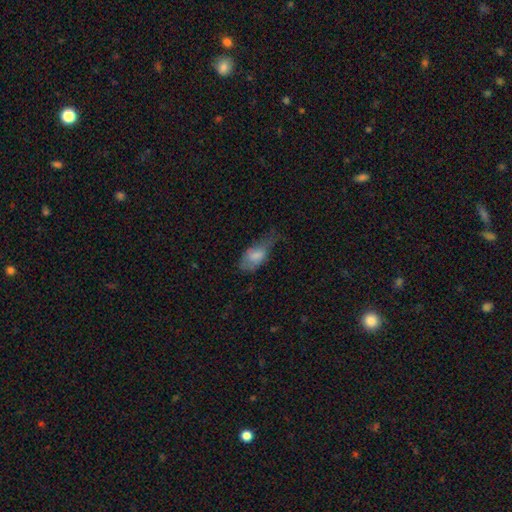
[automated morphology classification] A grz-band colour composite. It shows a smooth galaxy with no disk features (70%) that is in between round and cigar-shaped (90%). Merging: minor disturbance (36%, tied with major disturbance).